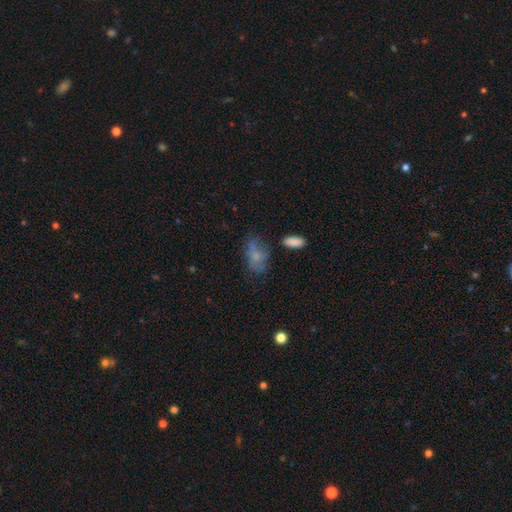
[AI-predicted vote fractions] This appears to be a smooth galaxy with no disk features (62%) that is in between round and cigar-shaped (86%). Merging: none (48%).